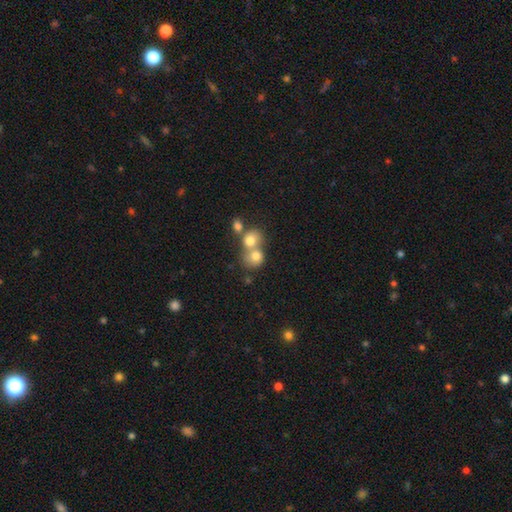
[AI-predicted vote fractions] This is likely a smooth galaxy (74%). How rounded: likely round (72%). Merging: likely merger (64%).